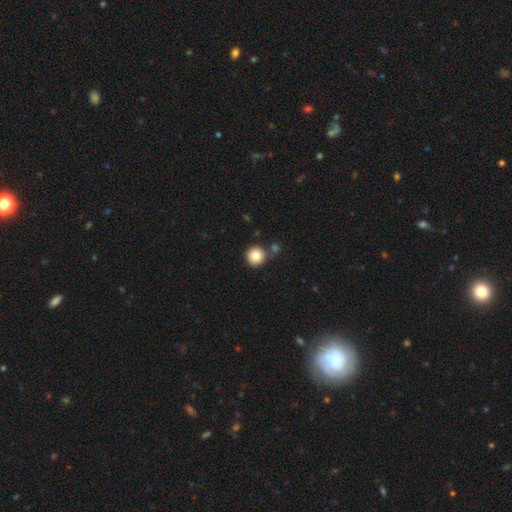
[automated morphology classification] smooth-or-featured: smooth: 83% | star or artifact: 10% | featured or disk: 7%
  how-rounded: round: 95% | in between: 4% | cigar-shaped: 1%
  merging: none: 79% | merger: 11% | minor disturbance: 8% | major disturbance: 2%